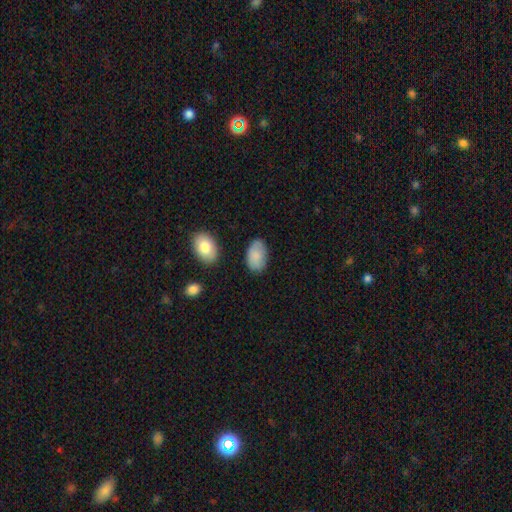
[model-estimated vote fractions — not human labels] A smooth galaxy with no disk features (86%) that is in between round and cigar-shaped (94%). Merging: none (75%).